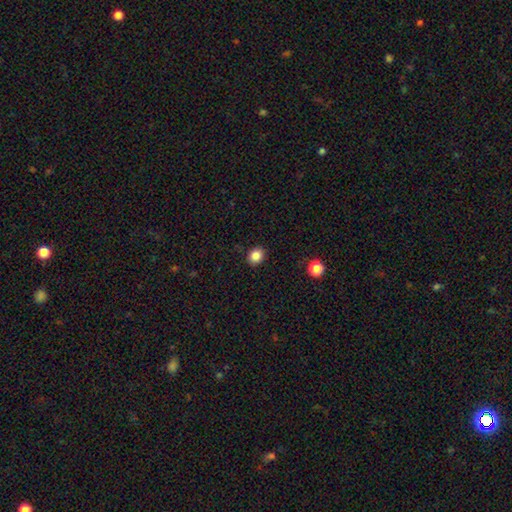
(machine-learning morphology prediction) This appears to be a smooth galaxy with no disk features (85%) that is round (63%). Merging: none (89%).